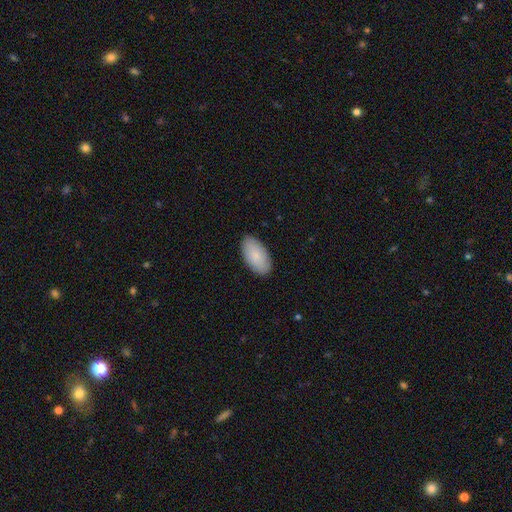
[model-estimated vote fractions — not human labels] Overall: smooth (86%). How rounded: in between (96%). Merging: none (88%).